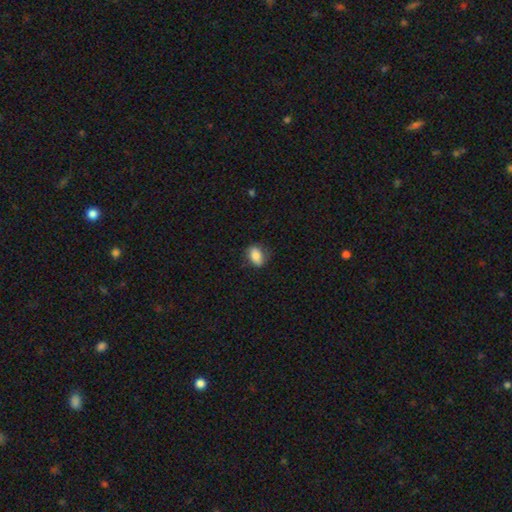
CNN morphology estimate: Smooth or featured? smooth (83%)
How rounded? in between (79%)
Merging? none (73%)